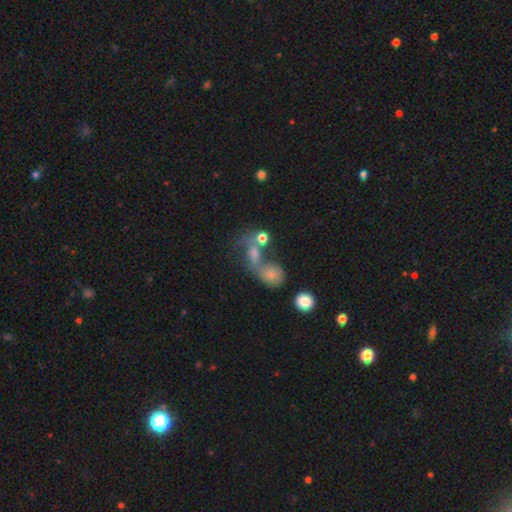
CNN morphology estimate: smooth 43%, featured or disk 32%, star or artifact 25%. Down the decision tree: merging — merger (52%).